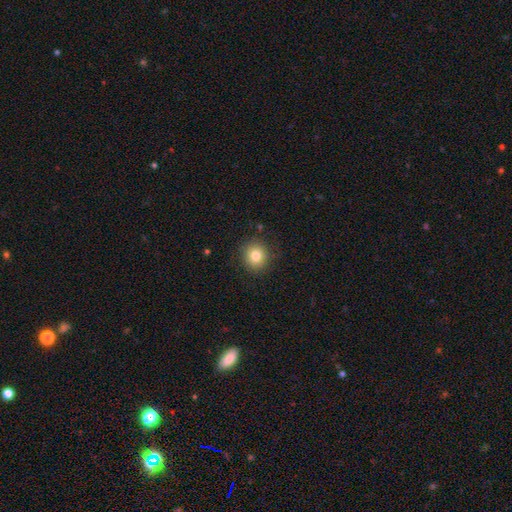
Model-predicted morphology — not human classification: smooth 81%, star or artifact 11%, featured or disk 8%. Down the decision tree: how rounded — round (86%); merging — none (89%).